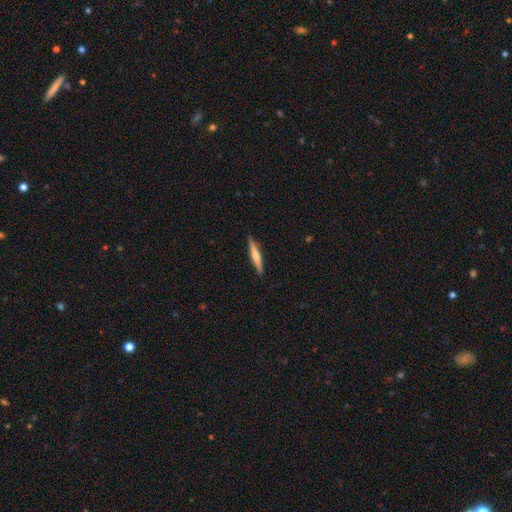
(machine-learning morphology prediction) The model was most divided on "smooth or featured": smooth: 52%, featured or disk: 43%, star or artifact: 6%. More confident: how rounded — cigar-shaped (92%); merging — none (90%).